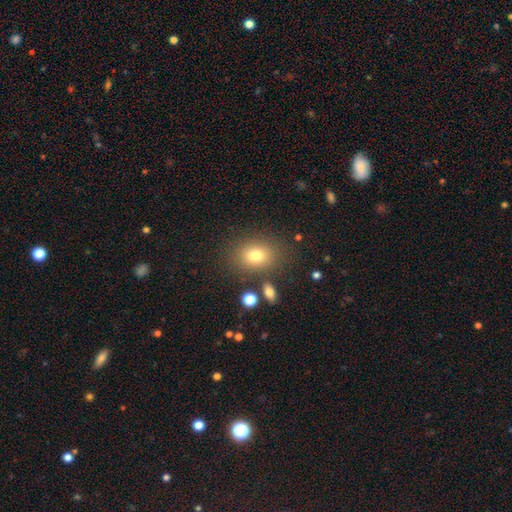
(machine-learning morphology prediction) Smooth or featured: smooth — 76% (star or artifact — 13%)
How rounded: in between — 57% (round — 42%)
Merging: none — 80% (minor disturbance — 11%)